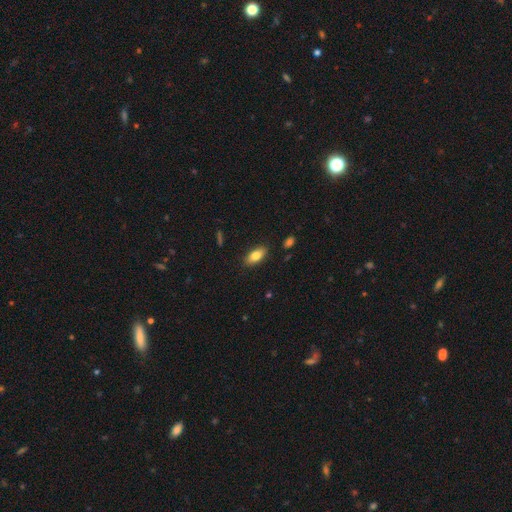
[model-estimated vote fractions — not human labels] A smooth galaxy with no disk features (81%) that is in between round and cigar-shaped (88%). Merging: none (87%).